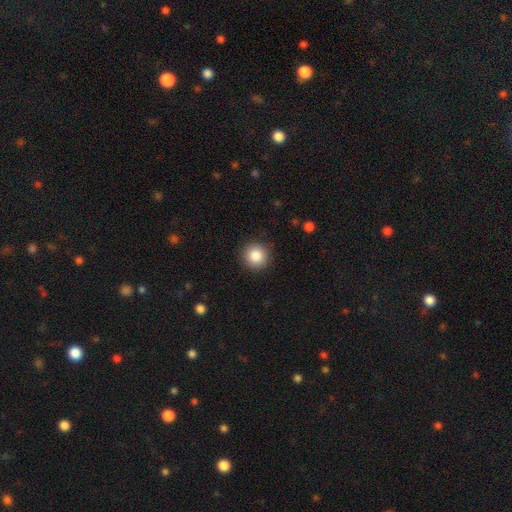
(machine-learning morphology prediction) This is clearly a smooth galaxy (85%). How rounded: clearly round (95%). Merging: clearly none (91%).